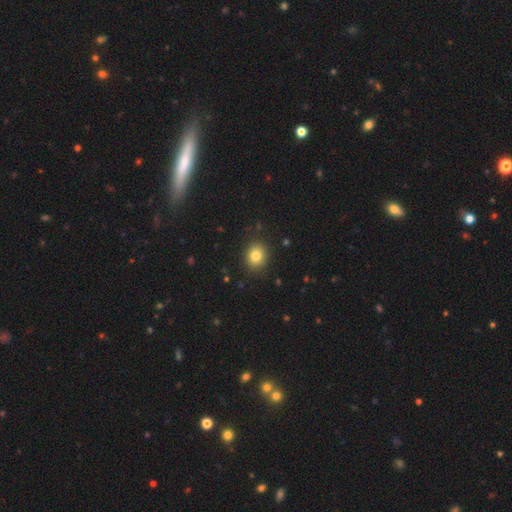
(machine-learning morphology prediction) The model was most divided on "how rounded": round: 63%, in between: 36%, cigar-shaped: 1%. More confident: merging — none (88%); smooth or featured — smooth (82%).